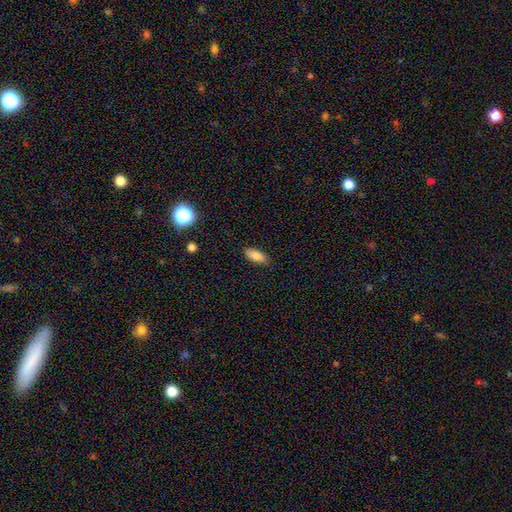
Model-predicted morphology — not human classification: Smooth or featured?
  - smooth: 84% *
  - featured or disk: 8%
  - star or artifact: 8%
How rounded?
  - in between: 82% *
  - cigar-shaped: 16%
  - round: 2%
Merging?
  - none: 87% *
  - minor disturbance: 10%
  - major disturbance: 2%
  - merger: 1%